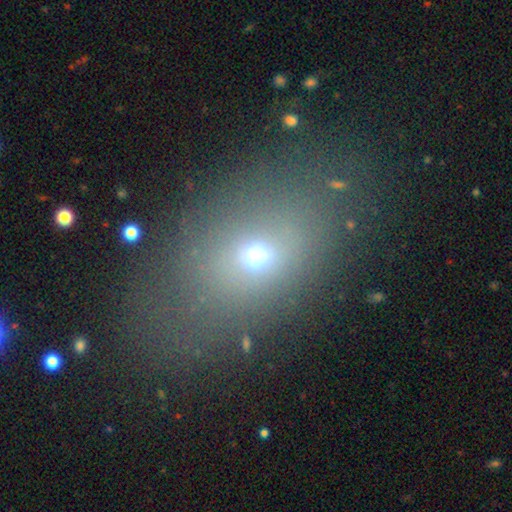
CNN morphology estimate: Overall: smooth (61%). How rounded: in between (72%). Merging: none (66%).